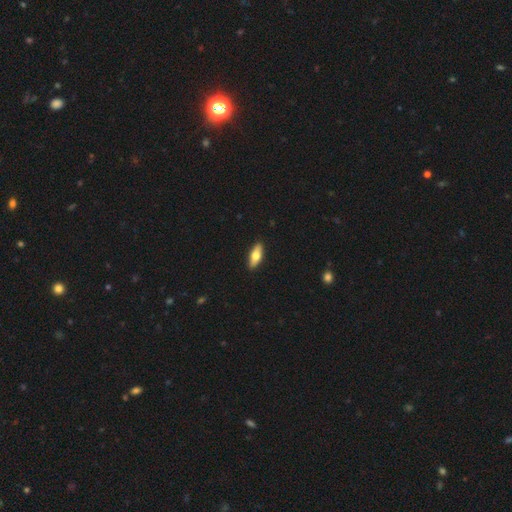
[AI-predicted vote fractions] Smooth or featured? Predicted: smooth (p=0.64). How rounded? Predicted: in between (p=0.67). Merging? Predicted: none (p=0.90).